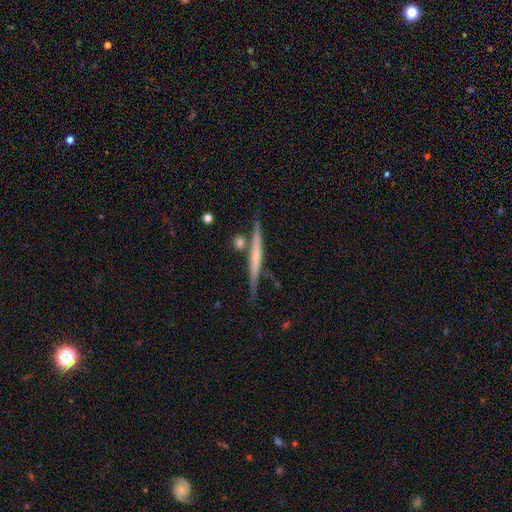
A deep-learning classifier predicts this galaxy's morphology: Smooth or featured? featured or disk (59%)
Edge-on disk? yes (97%)
Edge-on bulge? none (67%)
Merging? none (77%)